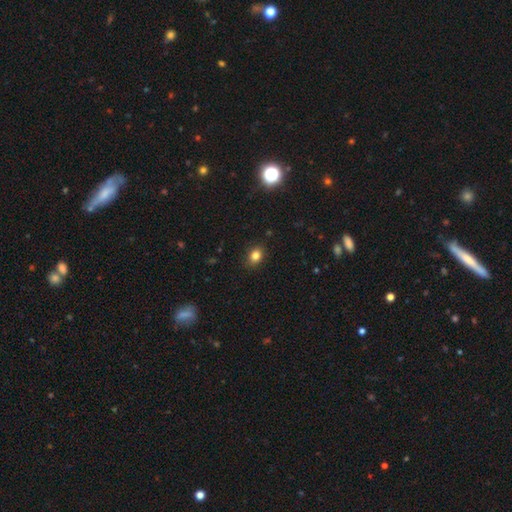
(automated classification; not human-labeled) This appears to be a smooth galaxy with no disk features (83%) that is in between round and cigar-shaped (61%). Merging: none (87%).